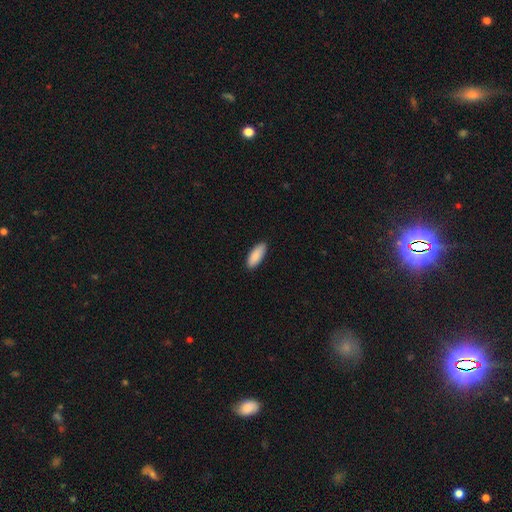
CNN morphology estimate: A smooth galaxy with no disk features (90%) that is in between round and cigar-shaped (78%).

Vote fractions:
- Smooth or featured? smooth: 90% / star or artifact: 5% / featured or disk: 4%
- How rounded? in between: 78% / cigar-shaped: 20% / round: 2%
- Merging? none: 89% / minor disturbance: 8% / major disturbance: 2% / merger: 1%